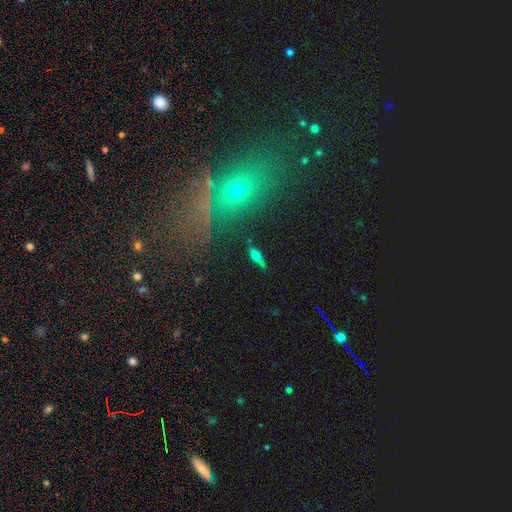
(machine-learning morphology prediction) smooth-or-featured: featured or disk: 47% | smooth: 42% | star or artifact: 11%
  merging: none: 77% | minor disturbance: 13% | major disturbance: 5% | merger: 4%